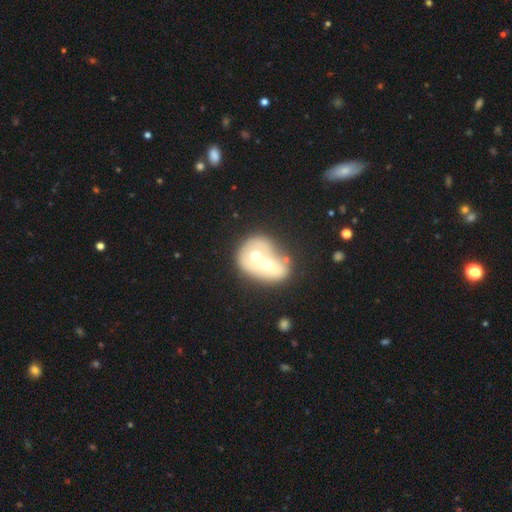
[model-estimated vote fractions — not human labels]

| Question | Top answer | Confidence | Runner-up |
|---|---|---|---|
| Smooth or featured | smooth | 52% | featured or disk (39%) |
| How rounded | round | 62% | in between (37%) |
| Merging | merger | 76% | none (15%) |